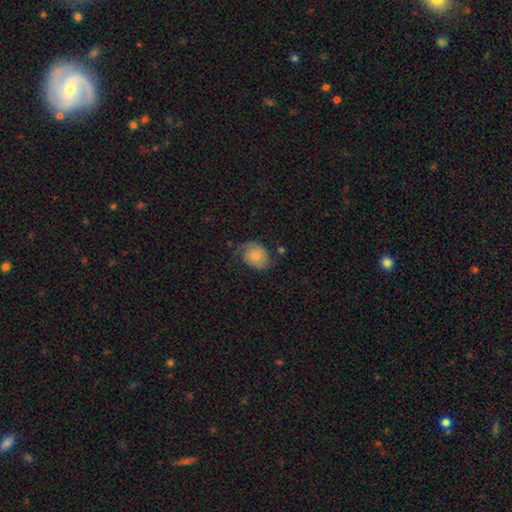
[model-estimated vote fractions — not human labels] Smooth or featured: smooth — 51% (featured or disk — 41%)
How rounded: in between — 51% (round — 48%)
Merging: none — 47% (minor disturbance — 30%)